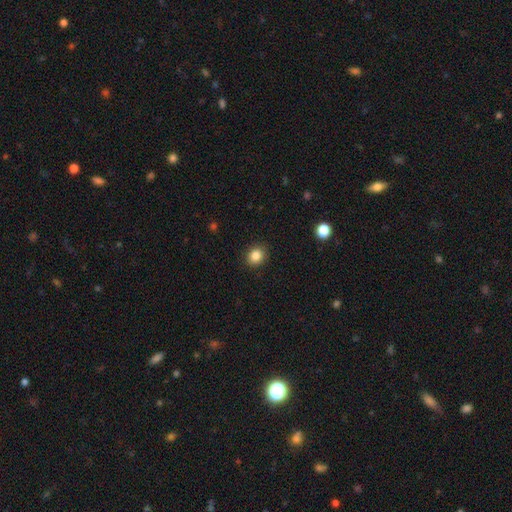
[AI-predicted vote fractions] A smooth galaxy with no disk features (85%) that is round (71%).

Vote fractions:
- Smooth or featured? smooth: 85% / star or artifact: 10% / featured or disk: 5%
- How rounded? round: 71% / in between: 28% / cigar-shaped: 1%
- Merging? none: 90% / minor disturbance: 7% / major disturbance: 2% / merger: 1%